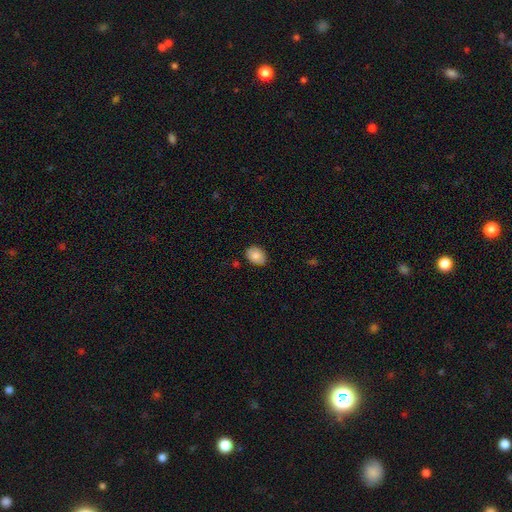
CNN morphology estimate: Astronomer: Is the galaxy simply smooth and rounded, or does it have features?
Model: smooth — 83%.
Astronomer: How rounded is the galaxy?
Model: in between — 64%.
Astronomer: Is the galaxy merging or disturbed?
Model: none — 83%.